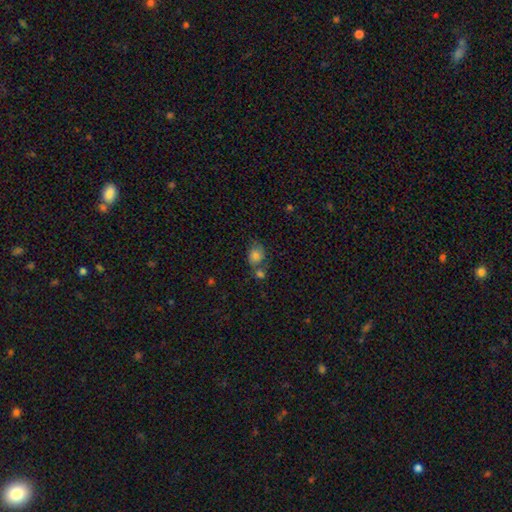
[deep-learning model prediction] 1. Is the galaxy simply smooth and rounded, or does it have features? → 69% smooth, 19% featured or disk, 12% star or artifact.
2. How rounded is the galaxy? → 53% round, 46% in between, 1% cigar-shaped.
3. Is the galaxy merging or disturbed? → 41% none, 30% merger, 19% minor disturbance, 9% major disturbance.